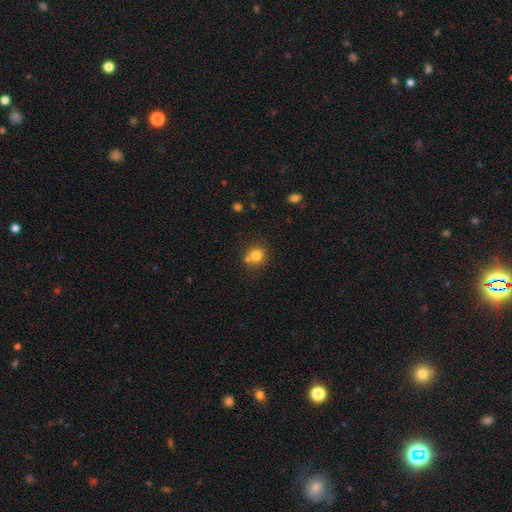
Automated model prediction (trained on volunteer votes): smooth-or-featured: smooth: 79% | star or artifact: 12% | featured or disk: 9%
  how-rounded: round: 85% | in between: 14% | cigar-shaped: 1%
  merging: none: 59% | merger: 27% | minor disturbance: 11% | major disturbance: 3%